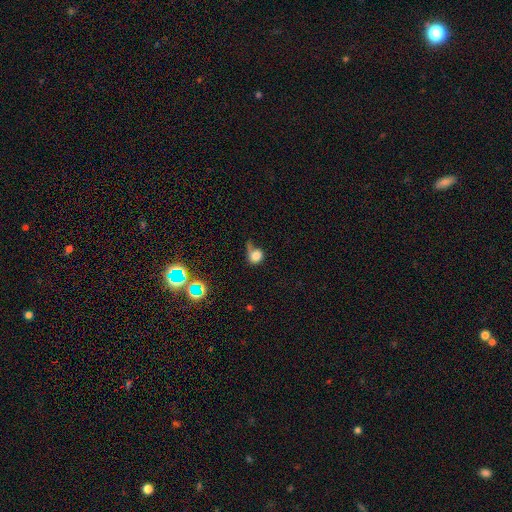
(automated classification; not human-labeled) This is likely a smooth galaxy (71%). How rounded: likely round (73%). Merging: marginally major disturbance (34%).